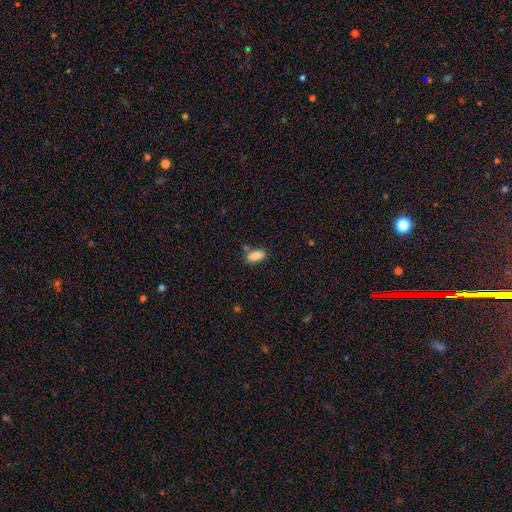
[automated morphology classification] smooth_or_featured: smooth (p=0.88) [alt: star or artifact p=0.08]
how_rounded: in between (p=0.86) [alt: cigar-shaped p=0.11]
merging: none (p=0.70) [alt: minor disturbance p=0.16]